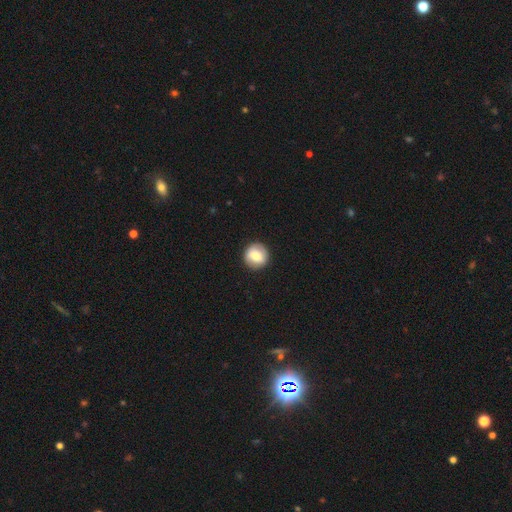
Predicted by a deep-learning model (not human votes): Smooth or featured: smooth — 72% (featured or disk — 20%)
How rounded: round — 93% (in between — 6%)
Merging: none — 90% (minor disturbance — 7%)